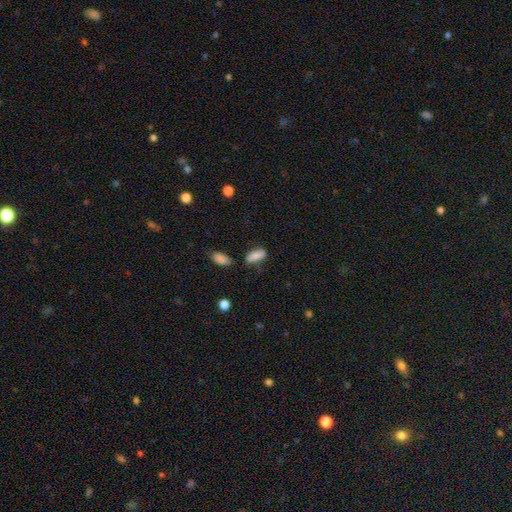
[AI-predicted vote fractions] Overall: smooth (77%). How rounded: in between (81%). Merging: none (69%).